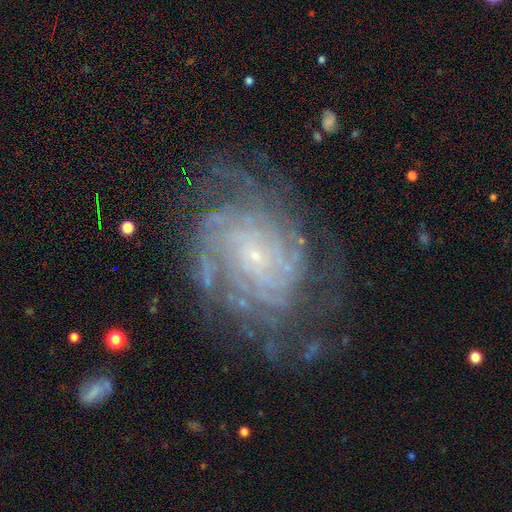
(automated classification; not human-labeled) Smooth or featured?
  - featured or disk: 88% *
  - star or artifact: 7%
  - smooth: 6%
Edge-on disk?
  - no: 97% *
  - yes: 3%
Bar?
  - no: 73% *
  - weak: 20%
  - strong: 7%
Spiral arms?
  - yes: 97% *
  - no: 3%
Spiral winding?
  - tight: 76% *
  - medium: 20%
  - loose: 4%
Spiral arm count?
  - more than 4: 29% *
  - can't tell: 25%
  - 4: 21%
  - 3: 9%
  - 2: 8%
  - 1: 7%
Bulge size?
  - small: 88% *
  - moderate: 6%
  - none: 3%
  - large: 1%
  - dominant: 1%
Merging?
  - none: 71% *
  - minor disturbance: 17%
  - major disturbance: 10%
  - merger: 2%